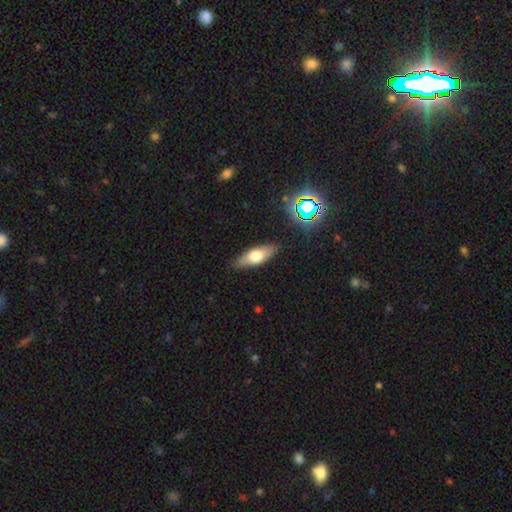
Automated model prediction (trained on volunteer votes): Q: Smooth or featured?
A: smooth (61%); runner-up: featured or disk (30%)
Q: How rounded?
A: in between (65%); runner-up: cigar-shaped (32%)
Q: Merging?
A: none (86%); runner-up: minor disturbance (10%)